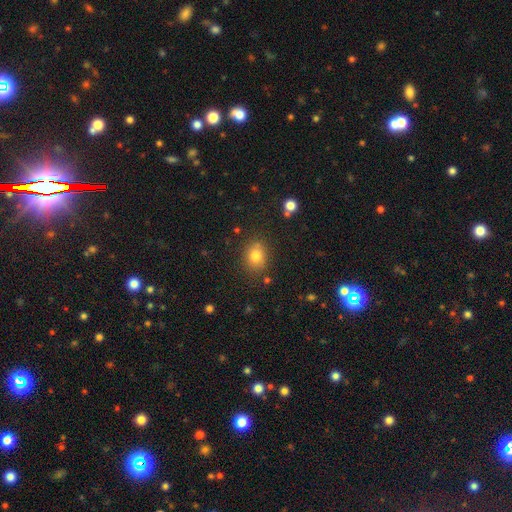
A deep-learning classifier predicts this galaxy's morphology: Smooth or featured? smooth (78%)
How rounded? round (57%)
Merging? none (80%)